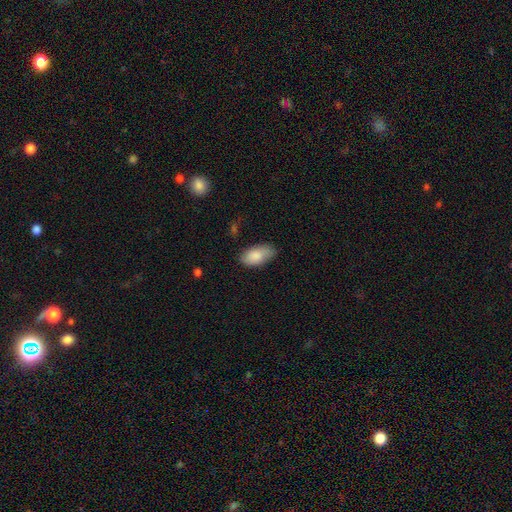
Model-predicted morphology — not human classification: The model was most divided on "merging": none: 71%, minor disturbance: 23%, major disturbance: 5%, merger: 2%. More confident: how rounded — in between (94%); smooth or featured — smooth (85%).